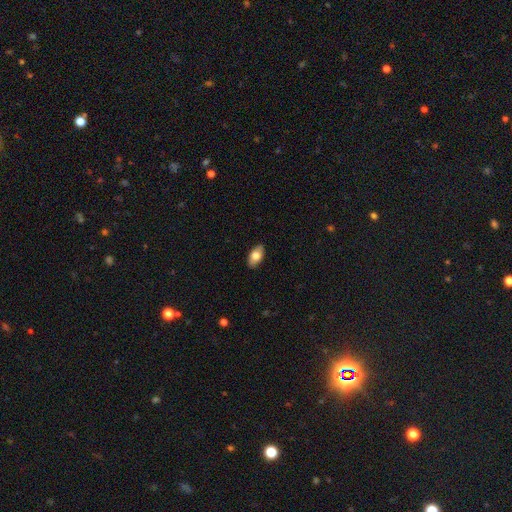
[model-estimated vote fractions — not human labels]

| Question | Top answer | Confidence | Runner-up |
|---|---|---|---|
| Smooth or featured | smooth | 76% | featured or disk (17%) |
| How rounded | in between | 93% | round (4%) |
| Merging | none | 88% | minor disturbance (9%) |